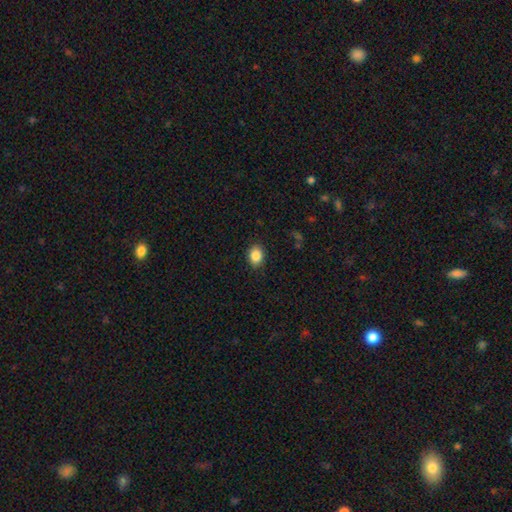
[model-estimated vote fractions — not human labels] Q: Smooth or featured?
A: smooth (86%); runner-up: star or artifact (9%)
Q: How rounded?
A: in between (63%); runner-up: round (36%)
Q: Merging?
A: none (88%); runner-up: minor disturbance (9%)